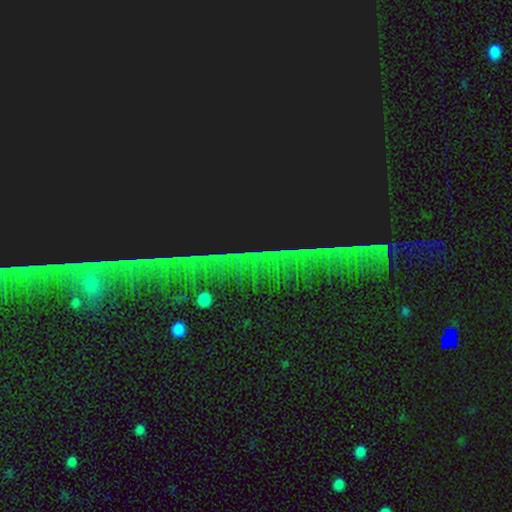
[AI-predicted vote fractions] This is clearly a star or artifact rather than a galaxy (83%).